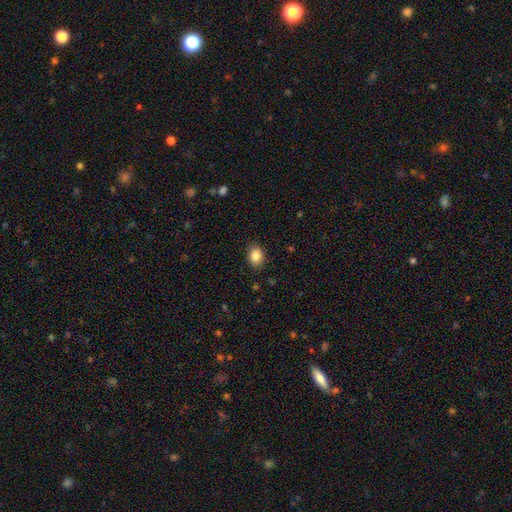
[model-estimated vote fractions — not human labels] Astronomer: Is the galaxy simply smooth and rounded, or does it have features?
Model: smooth — 87%.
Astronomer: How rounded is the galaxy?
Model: in between — 68%.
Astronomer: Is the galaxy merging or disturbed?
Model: none — 87%.